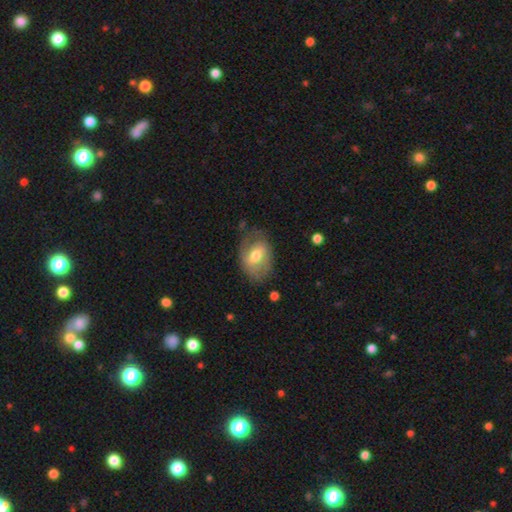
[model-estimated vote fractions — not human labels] Smooth or featured: smooth — 52% (featured or disk — 41%)
How rounded: in between — 76% (round — 23%)
Merging: none — 62% (minor disturbance — 26%)